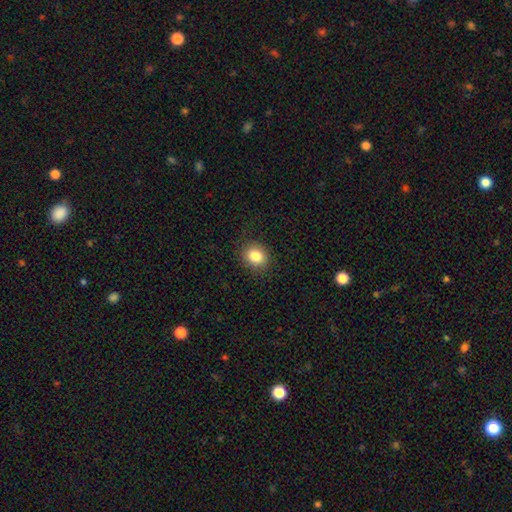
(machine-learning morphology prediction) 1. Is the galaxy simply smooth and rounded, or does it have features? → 84% smooth, 10% star or artifact, 6% featured or disk.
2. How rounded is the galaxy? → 70% round, 29% in between, 1% cigar-shaped.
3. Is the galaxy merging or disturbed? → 87% none, 9% minor disturbance, 3% major disturbance, 1% merger.